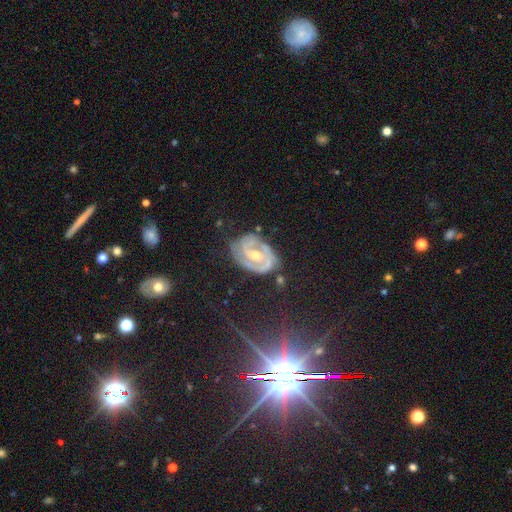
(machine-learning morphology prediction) This appears to be a featured or disk galaxy (81%) with a weak bar (42%), 2 (69%) tight (56%) spiral arms (92%) and a moderate central bulge (57%). Merging: none (70%).